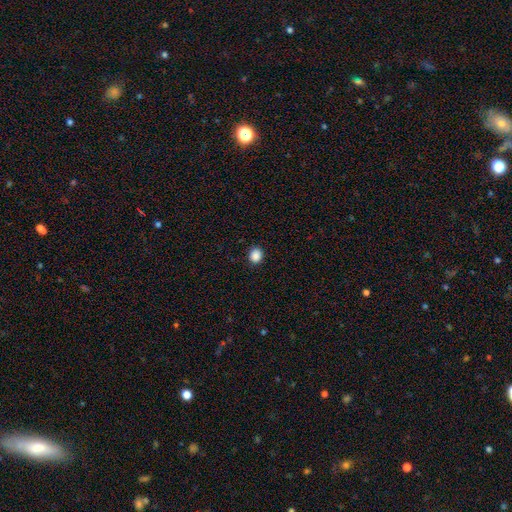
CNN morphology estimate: This appears to be a smooth galaxy with no disk features (88%) that is round (78%). Merging: none (91%).